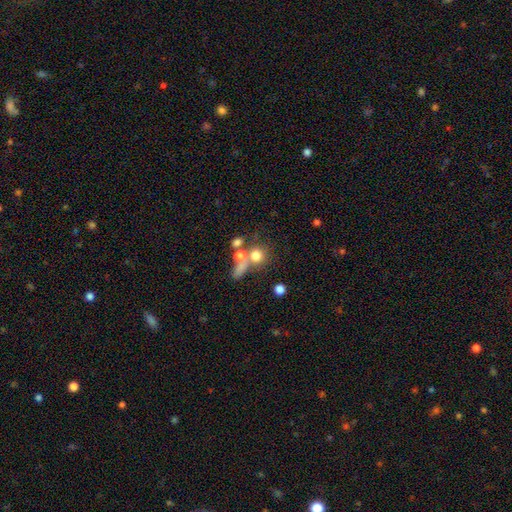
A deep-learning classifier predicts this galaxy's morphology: smooth 69%, featured or disk 16%, star or artifact 15%. Down the decision tree: how rounded — round (84%); merging — none (45%).